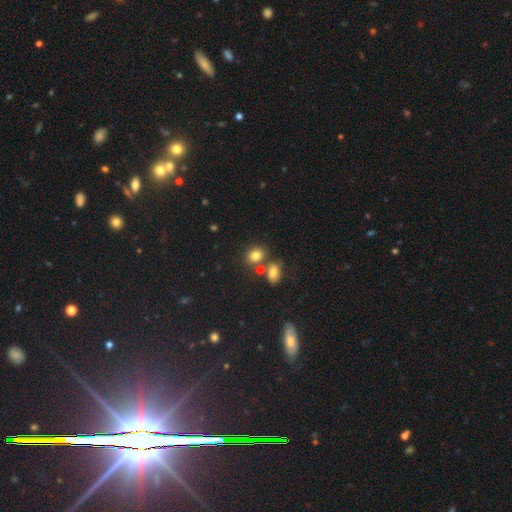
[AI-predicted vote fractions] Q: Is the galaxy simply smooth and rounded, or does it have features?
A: smooth — 79%.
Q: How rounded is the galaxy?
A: in between — 49%, tied with round.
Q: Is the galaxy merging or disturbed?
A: none — 58%.